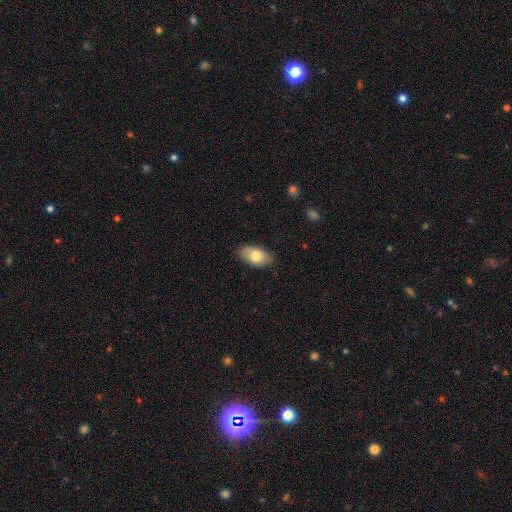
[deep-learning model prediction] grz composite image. It shows a smooth galaxy with no disk features (79%) that is in between round and cigar-shaped (94%). Merging: none (85%).